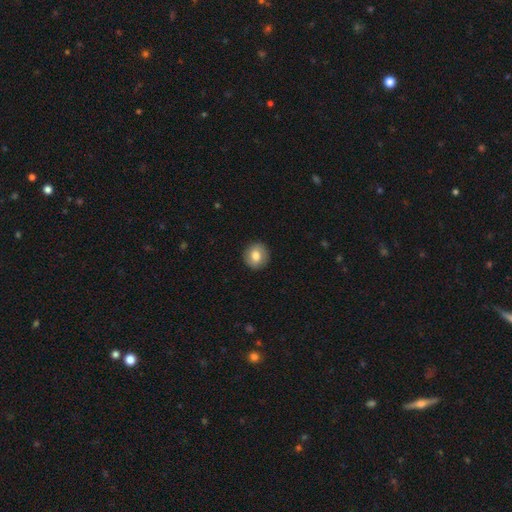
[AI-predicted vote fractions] Overall: smooth (72%). How rounded: round (86%). Merging: none (89%).